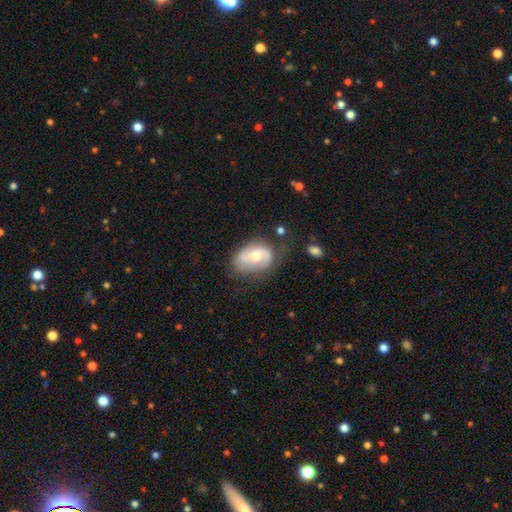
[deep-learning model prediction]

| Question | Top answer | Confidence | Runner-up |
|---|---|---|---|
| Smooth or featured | featured or disk | 56% | smooth (38%) |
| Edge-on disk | no | 96% | yes (4%) |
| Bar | no | 61% | weak (30%) |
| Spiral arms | yes | 67% | no (33%) |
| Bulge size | moderate | 68% | small (23%) |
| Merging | none | 47% | minor disturbance (30%) |